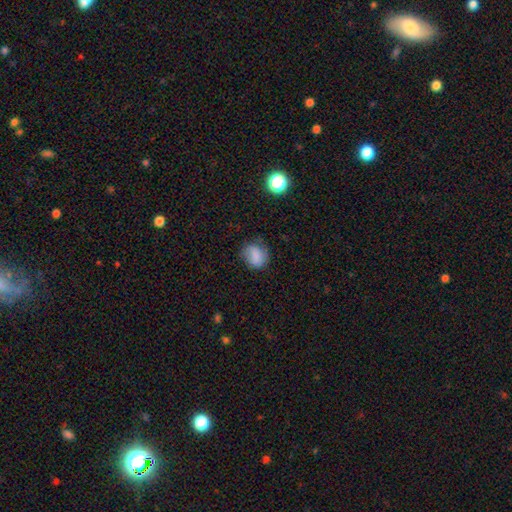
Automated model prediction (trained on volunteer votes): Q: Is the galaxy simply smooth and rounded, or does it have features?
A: smooth — 81%.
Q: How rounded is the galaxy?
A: round — 55%.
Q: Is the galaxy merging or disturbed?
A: none — 67%.